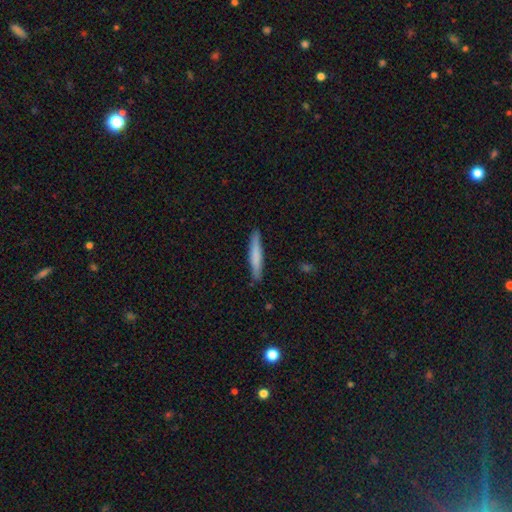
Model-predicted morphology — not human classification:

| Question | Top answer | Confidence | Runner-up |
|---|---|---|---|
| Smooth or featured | smooth | 72% | featured or disk (22%) |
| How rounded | cigar-shaped | 94% | in between (5%) |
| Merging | none | 88% | minor disturbance (9%) |